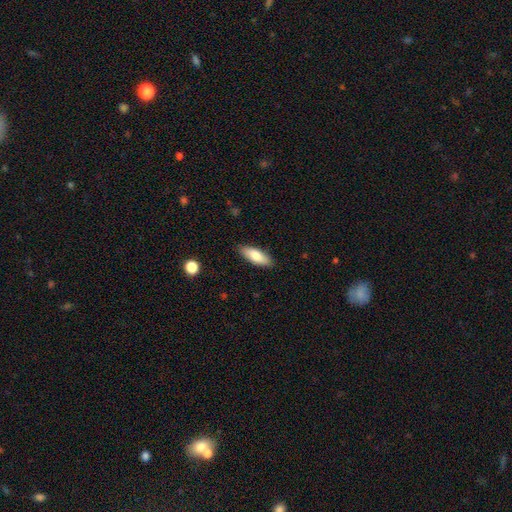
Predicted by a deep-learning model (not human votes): smooth-or-featured: smooth: 80% | featured or disk: 14% | star or artifact: 6%
  how-rounded: in between: 69% | cigar-shaped: 30% | round: 2%
  merging: none: 87% | minor disturbance: 10% | major disturbance: 2% | merger: 1%